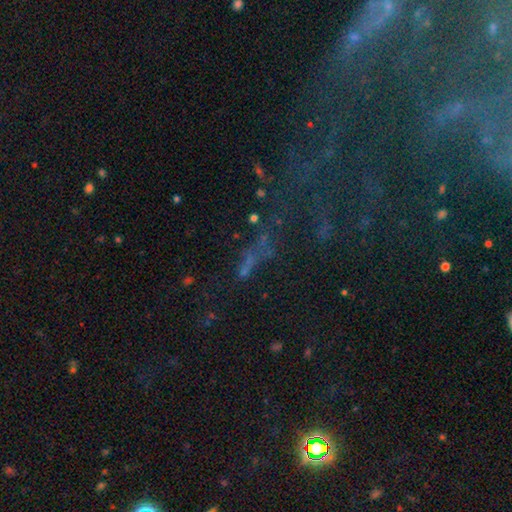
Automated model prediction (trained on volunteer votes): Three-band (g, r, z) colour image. It shows a star or artifact, not a galaxy (64%).